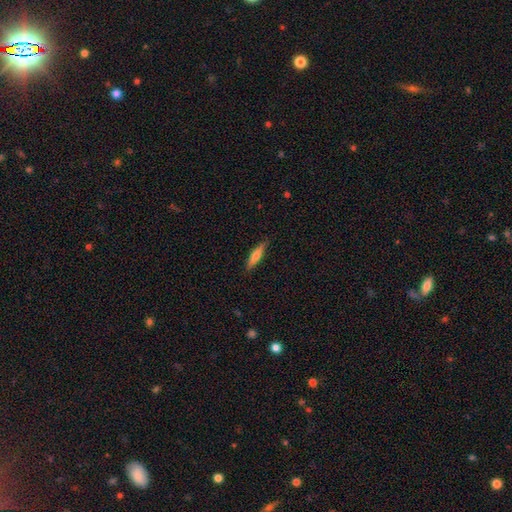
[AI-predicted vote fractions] A smooth galaxy with no disk features (59%) that is cigar-shaped (80%).

Vote fractions:
- Smooth or featured? smooth: 59% / featured or disk: 34% / star or artifact: 6%
- How rounded? cigar-shaped: 80% / in between: 18% / round: 2%
- Merging? none: 87% / minor disturbance: 10% / major disturbance: 2% / merger: 1%